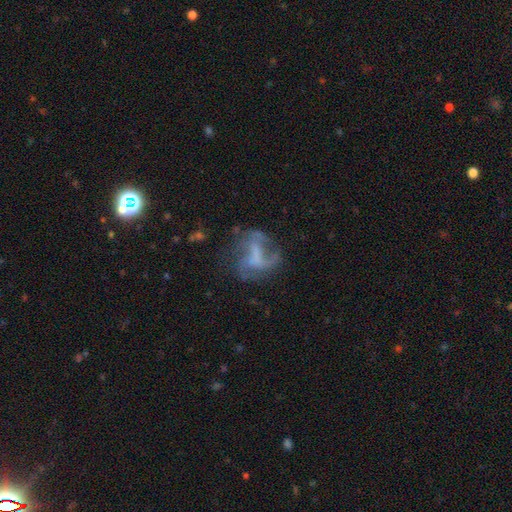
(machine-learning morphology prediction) smooth_or_featured: featured or disk (p=0.68) [alt: smooth p=0.20]
disk_edge_on: no (p=0.97) [alt: yes p=0.03]
bar: no (p=0.45) [alt: weak p=0.37]
has_spiral_arms: yes (p=0.71) [alt: no p=0.29]
bulge_size: none (p=0.60) [alt: small p=0.17]
merging: none (p=0.48) [alt: major disturbance p=0.30]